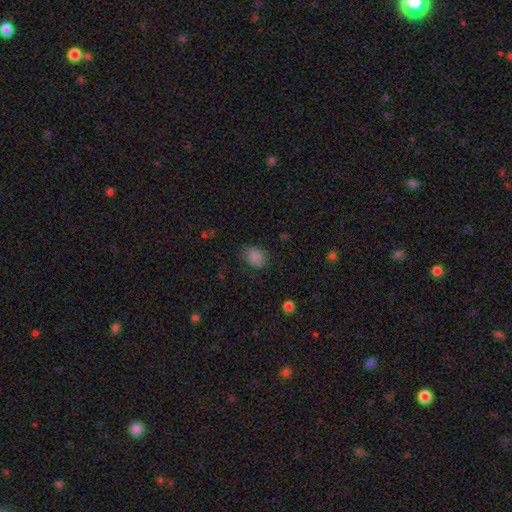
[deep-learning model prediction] Smooth or featured?
  - smooth: 83% *
  - star or artifact: 12%
  - featured or disk: 5%
How rounded?
  - in between: 67% *
  - round: 32%
  - cigar-shaped: 1%
Merging?
  - none: 79% *
  - minor disturbance: 16%
  - major disturbance: 4%
  - merger: 1%